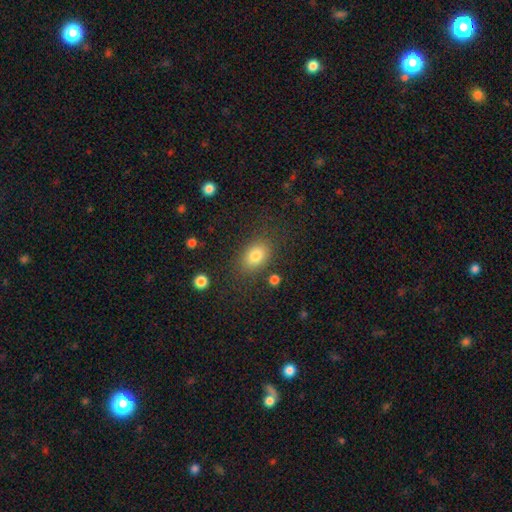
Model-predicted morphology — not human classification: smooth-or-featured: smooth: 80% | star or artifact: 10% | featured or disk: 10%
  how-rounded: in between: 78% | round: 21% | cigar-shaped: 2%
  merging: none: 78% | minor disturbance: 13% | major disturbance: 6% | merger: 3%